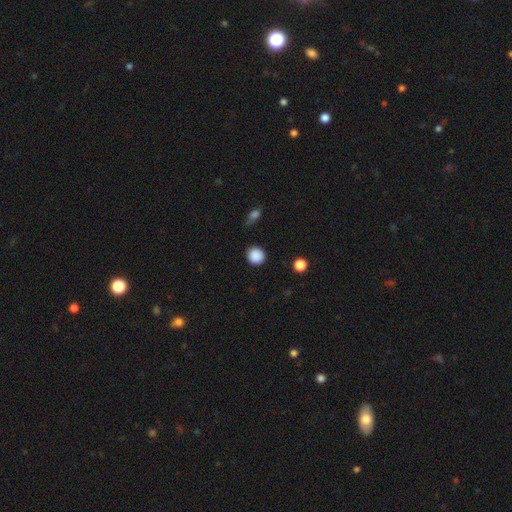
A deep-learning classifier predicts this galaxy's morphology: Smooth or featured? Predicted: smooth (p=0.88). How rounded? Predicted: round (p=0.92). Merging? Predicted: none (p=0.87).